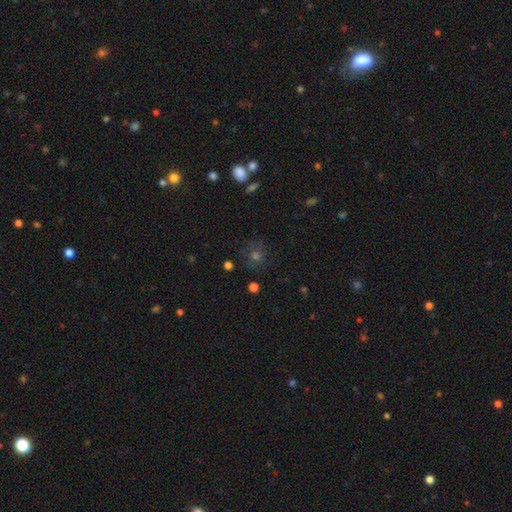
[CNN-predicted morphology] Smooth or featured?
  - smooth: 46% *
  - star or artifact: 37%
  - featured or disk: 17%
Merging?
  - none: 78% *
  - minor disturbance: 12%
  - major disturbance: 7%
  - merger: 3%